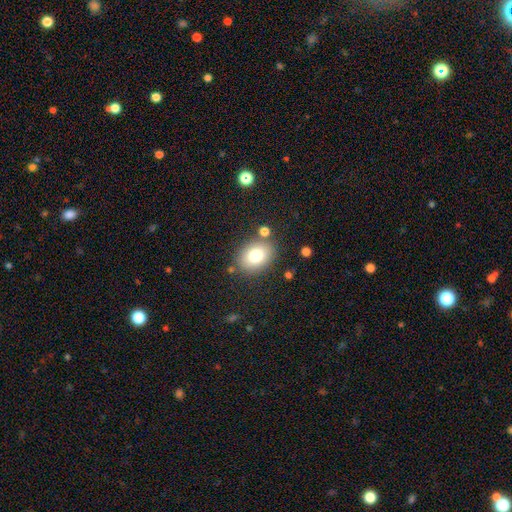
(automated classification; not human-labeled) This appears to be a smooth galaxy with no disk features (78%) that is in between round and cigar-shaped (66%). Merging: none (81%).